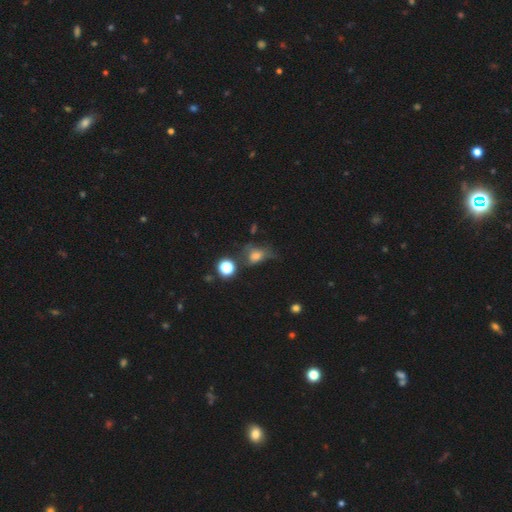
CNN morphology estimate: Smooth or featured?
  - smooth: 65% *
  - featured or disk: 18%
  - star or artifact: 18%
How rounded?
  - in between: 61% *
  - round: 36%
  - cigar-shaped: 3%
Merging?
  - none: 33% *
  - minor disturbance: 30%
  - major disturbance: 28%
  - merger: 8%